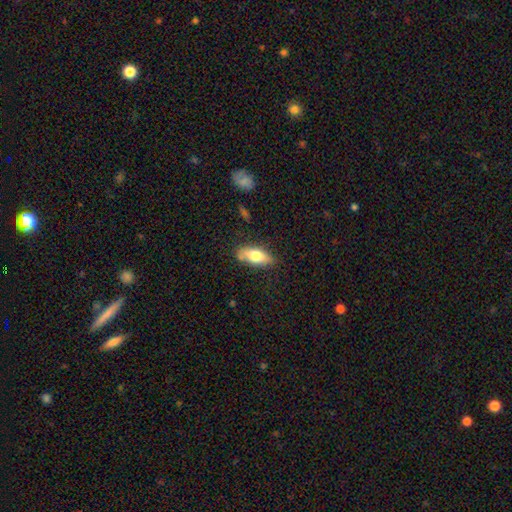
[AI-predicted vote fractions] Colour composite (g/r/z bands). It shows a smooth galaxy with no disk features (71%) that is in between round and cigar-shaped (77%). Merging: none (74%).